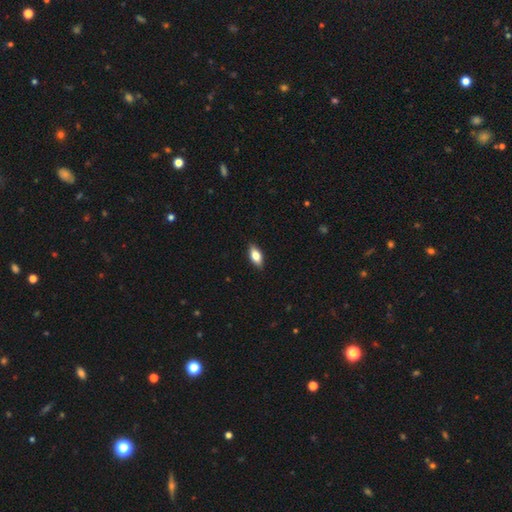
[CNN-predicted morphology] Smooth or featured? Predicted: smooth (p=0.69). How rounded? Predicted: in between (p=0.82). Merging? Predicted: none (p=0.88).